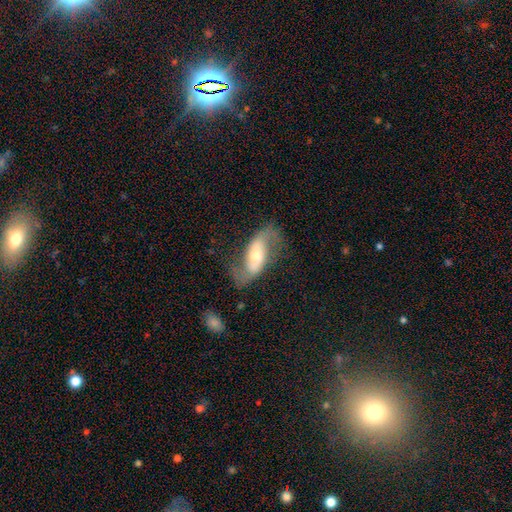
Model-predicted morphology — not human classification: Overall: featured or disk (76%). Edge-on disk: no (92%). Bar: strong (36%; weak 35%). Spiral arms: yes (90%). Spiral arm count: 2 (91%). Spiral winding: loose (68%). Bulge size: moderate (58%; small 30%). Merging: none (66%).